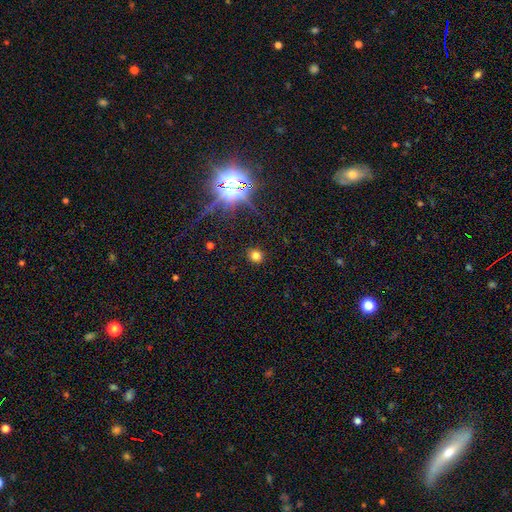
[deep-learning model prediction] Overall: smooth (73%). How rounded: round (85%). Merging: none (90%).